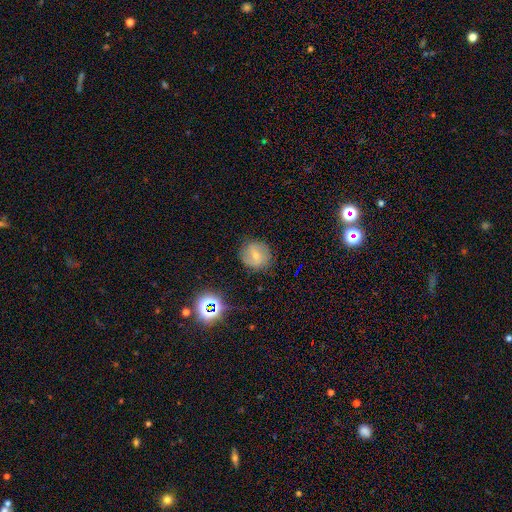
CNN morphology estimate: Smooth or featured?
  - smooth: 56% *
  - featured or disk: 30%
  - star or artifact: 14%
How rounded?
  - round: 86% *
  - in between: 13%
  - cigar-shaped: 1%
Merging?
  - none: 80% *
  - minor disturbance: 14%
  - major disturbance: 4%
  - merger: 2%